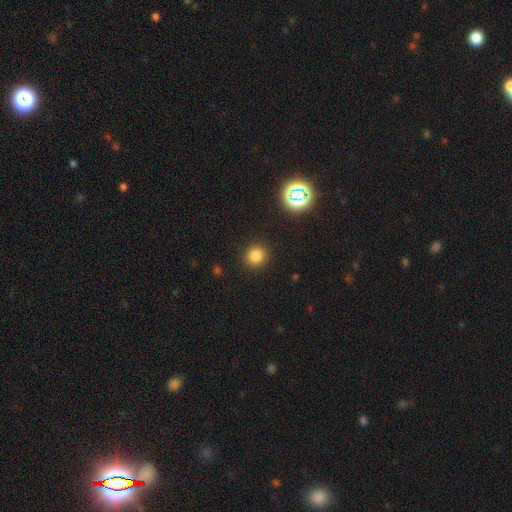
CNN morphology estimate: Smooth or featured: smooth — 80% (star or artifact — 15%)
How rounded: round — 90% (in between — 9%)
Merging: none — 91% (minor disturbance — 6%)